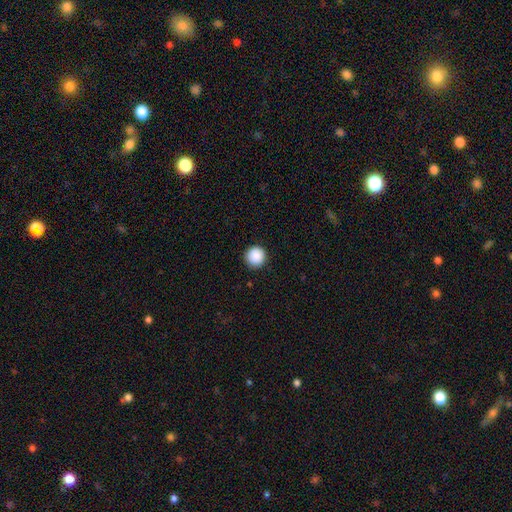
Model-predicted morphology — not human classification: This appears to be a smooth galaxy with no disk features (89%) that is round (96%). Merging: none (92%).